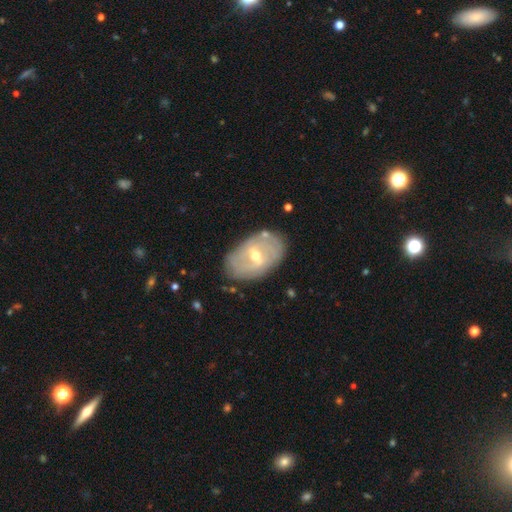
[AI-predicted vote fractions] Smooth or featured?
  - featured or disk: 76% *
  - smooth: 19%
  - star or artifact: 5%
Edge-on disk?
  - no: 94% *
  - yes: 6%
Bar?
  - weak: 59% *
  - strong: 25%
  - no: 16%
Spiral arms?
  - yes: 75% *
  - no: 25%
Spiral winding?
  - tight: 58% *
  - medium: 29%
  - loose: 13%
Spiral arm count?
  - can't tell: 42% *
  - 2: 40%
  - 3: 8%
  - 4: 4%
  - 1: 3%
  - more than 4: 3%
Bulge size?
  - moderate: 60% *
  - small: 35%
  - large: 3%
  - none: 1%
  - dominant: 1%
Merging?
  - none: 76% *
  - minor disturbance: 16%
  - major disturbance: 5%
  - merger: 2%